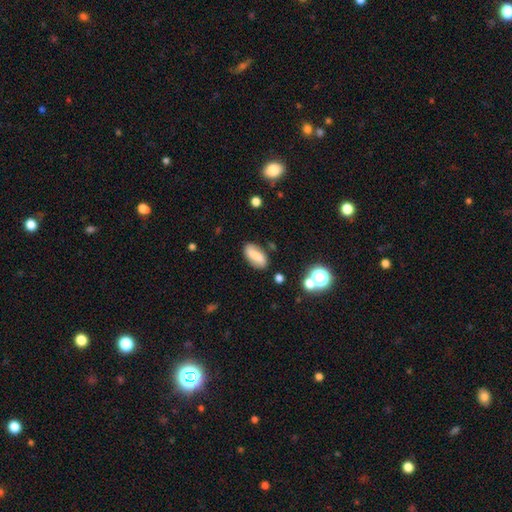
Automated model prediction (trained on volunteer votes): This is likely a smooth galaxy (65%). How rounded: clearly in between (82%). Merging: likely none (78%).